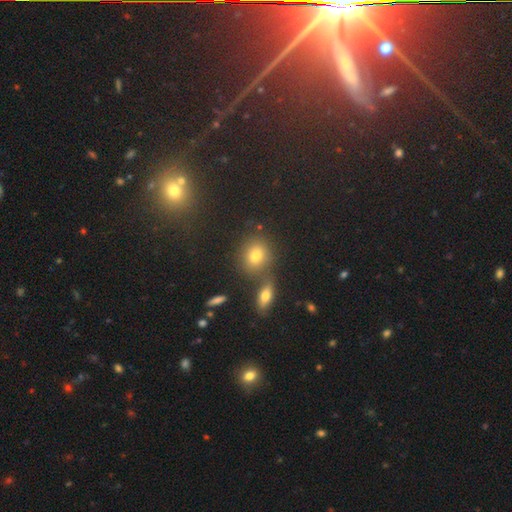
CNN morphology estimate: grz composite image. It shows a smooth galaxy with no disk features (70%) that is round (68%). Merging: none (66%).